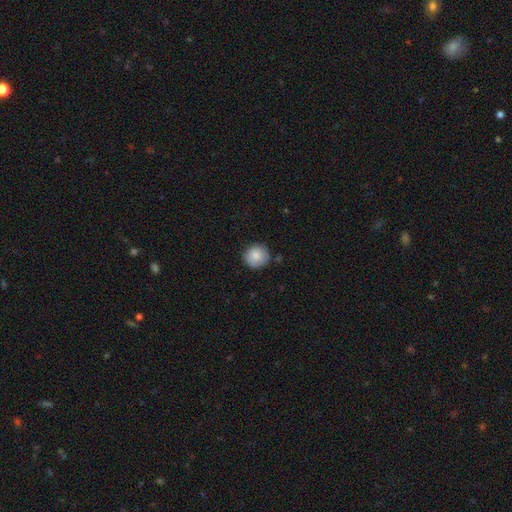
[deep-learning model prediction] Q: Smooth or featured?
A: smooth (85%); runner-up: featured or disk (8%)
Q: How rounded?
A: round (93%); runner-up: in between (6%)
Q: Merging?
A: none (83%); runner-up: minor disturbance (13%)